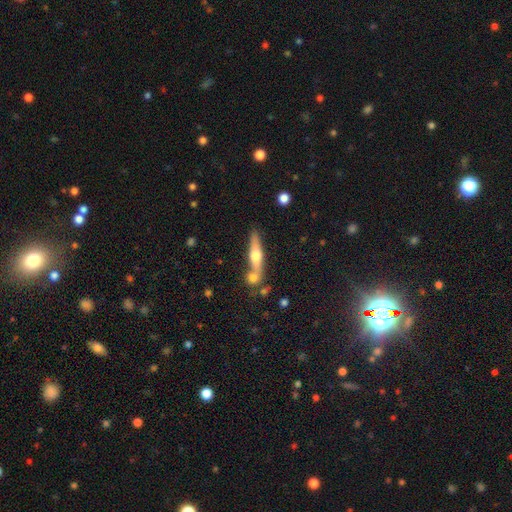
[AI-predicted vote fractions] smooth-or-featured: featured or disk: 54% | smooth: 40% | star or artifact: 6%
  disk-edge-on: yes: 91% | no: 9%
  merging: none: 59% | merger: 26% | minor disturbance: 11% | major disturbance: 4%